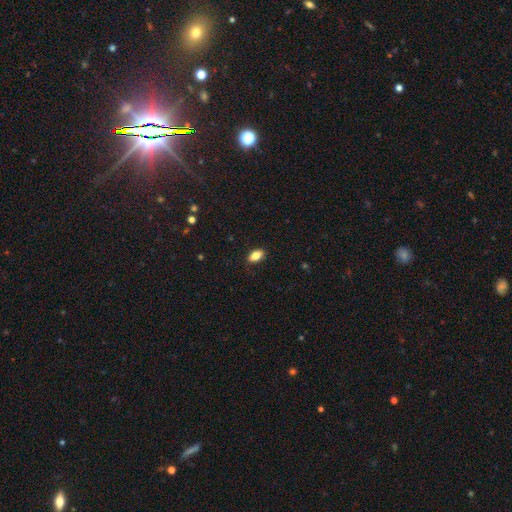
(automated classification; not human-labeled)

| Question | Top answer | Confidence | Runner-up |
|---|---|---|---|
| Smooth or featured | smooth | 81% | featured or disk (10%) |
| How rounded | in between | 89% | round (6%) |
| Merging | none | 86% | minor disturbance (11%) |